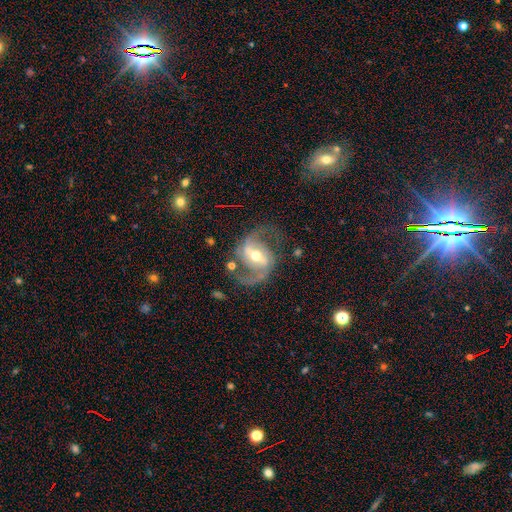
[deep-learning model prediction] Smooth or featured?
  - featured or disk: 90% *
  - star or artifact: 5%
  - smooth: 5%
Edge-on disk?
  - no: 97% *
  - yes: 3%
Bar?
  - strong: 49% *
  - weak: 36%
  - no: 14%
Spiral arms?
  - yes: 97% *
  - no: 3%
Spiral winding?
  - medium: 56% *
  - loose: 33%
  - tight: 11%
Spiral arm count?
  - 2: 93% *
  - can't tell: 2%
  - 3: 2%
  - 1: 2%
  - 4: 1%
  - more than 4: 1%
Bulge size?
  - moderate: 61% *
  - small: 33%
  - large: 5%
  - none: 1%
  - dominant: 1%
Merging?
  - none: 73% *
  - minor disturbance: 14%
  - major disturbance: 10%
  - merger: 3%